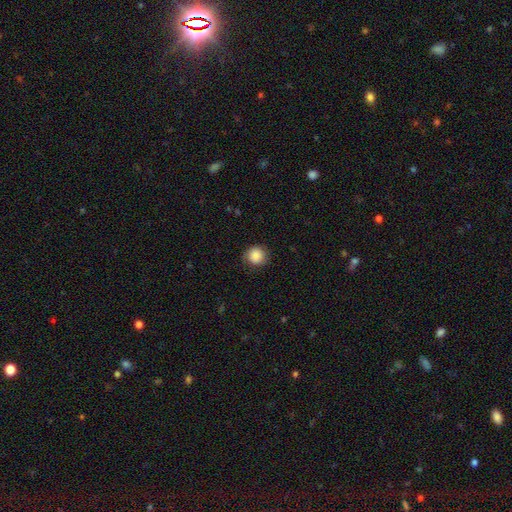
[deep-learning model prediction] This appears to be a smooth galaxy with no disk features (87%) that is round (91%). Merging: none (82%).